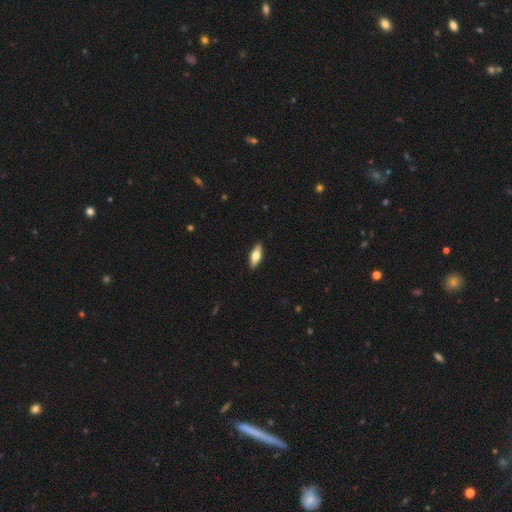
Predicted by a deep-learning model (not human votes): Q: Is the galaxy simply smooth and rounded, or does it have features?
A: smooth — 54%.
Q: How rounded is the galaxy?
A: in between — 65%.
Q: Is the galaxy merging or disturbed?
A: none — 89%.